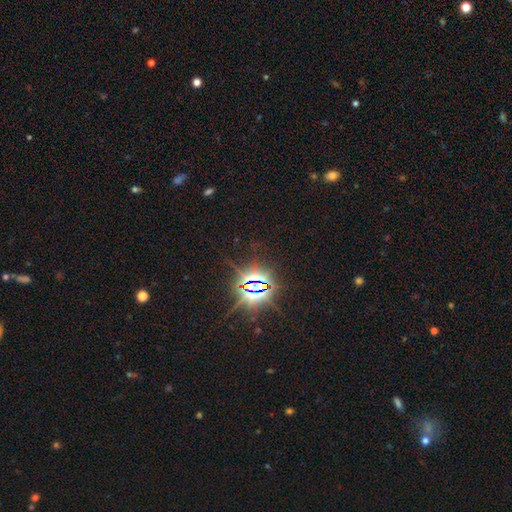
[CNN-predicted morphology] A star or artifact, not a galaxy (85%).